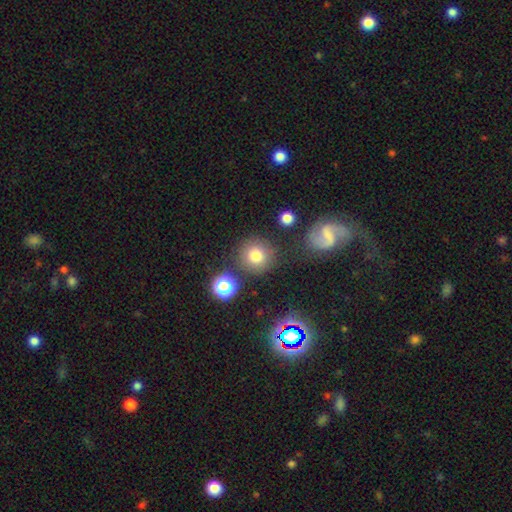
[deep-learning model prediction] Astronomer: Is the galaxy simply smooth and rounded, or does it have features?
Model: smooth — 76%.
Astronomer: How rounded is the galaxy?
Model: round — 92%.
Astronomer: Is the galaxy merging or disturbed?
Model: none — 79%.